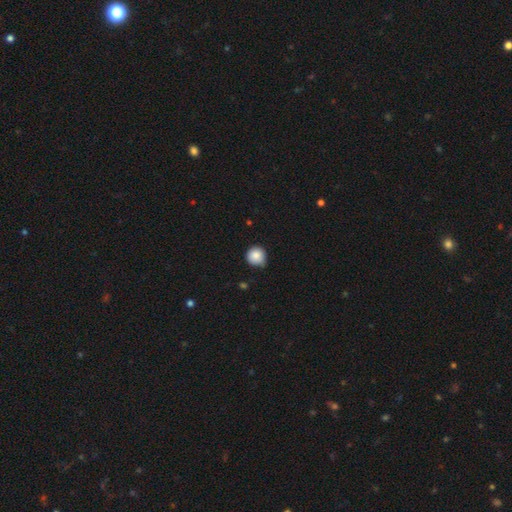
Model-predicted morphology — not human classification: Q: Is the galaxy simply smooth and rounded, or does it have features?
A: smooth — 86%.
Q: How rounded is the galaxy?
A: round — 94%.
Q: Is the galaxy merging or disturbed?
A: none — 72%.